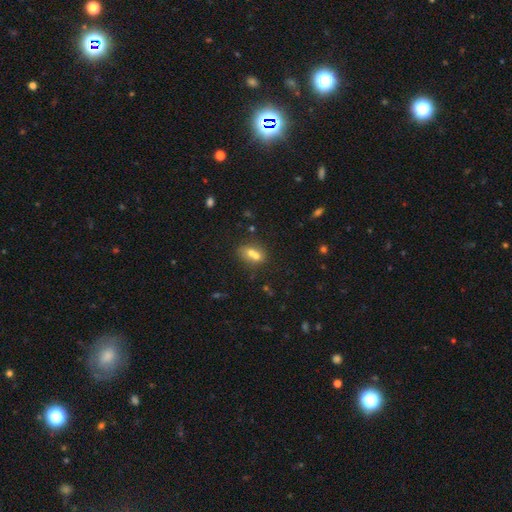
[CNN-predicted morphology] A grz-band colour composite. It shows a smooth galaxy with no disk features (64%) that is in between round and cigar-shaped (55%). Merging: merger (62%).